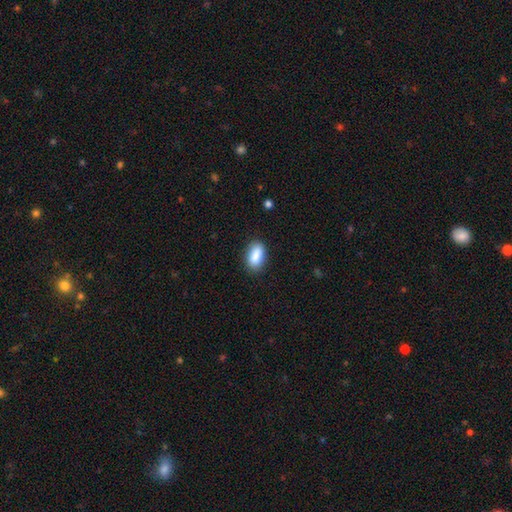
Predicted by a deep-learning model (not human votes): Overall: smooth (88%). How rounded: in between (91%). Merging: none (85%).